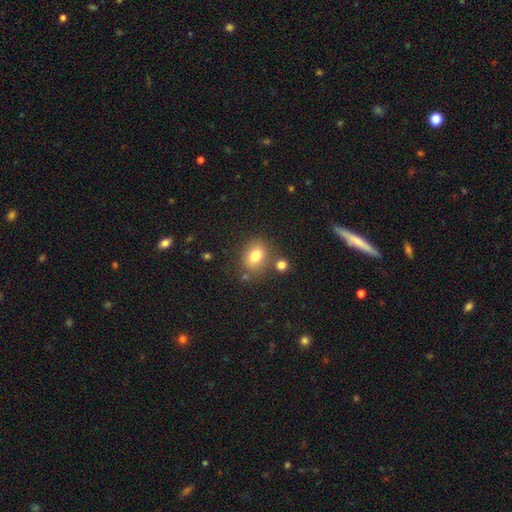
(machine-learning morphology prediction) A smooth galaxy with no disk features (78%) that is in between round and cigar-shaped (52%). Merging: none (71%).